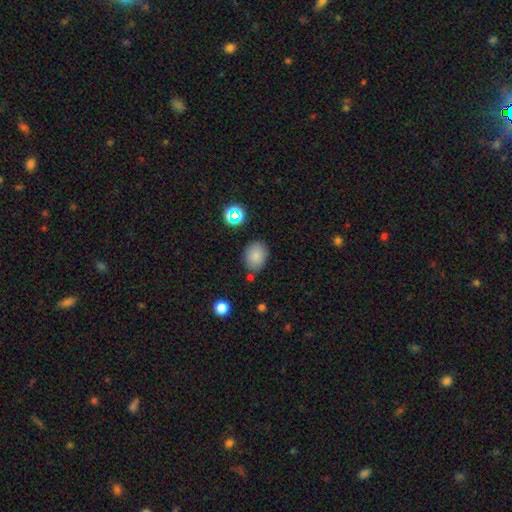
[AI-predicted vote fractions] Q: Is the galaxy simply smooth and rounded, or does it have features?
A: smooth — 82%.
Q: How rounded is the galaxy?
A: in between — 64%.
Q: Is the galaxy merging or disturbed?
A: none — 77%.